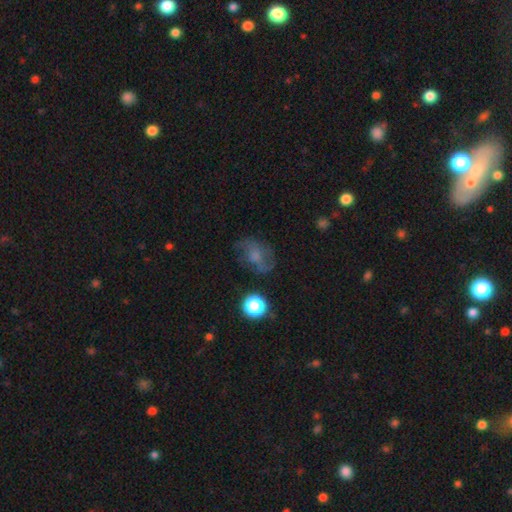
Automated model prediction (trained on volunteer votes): Smooth or featured?
  - featured or disk: 47% *
  - smooth: 38%
  - star or artifact: 15%
Merging?
  - none: 59% *
  - minor disturbance: 22%
  - major disturbance: 17%
  - merger: 3%